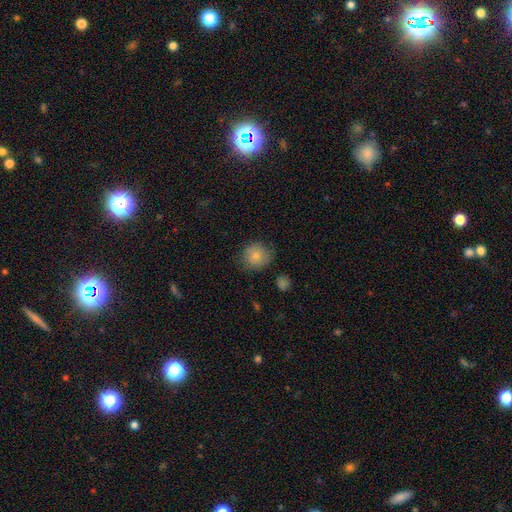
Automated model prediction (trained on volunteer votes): Morphology: type=smooth (81%); roundness=round (87%); merging=none (77%).